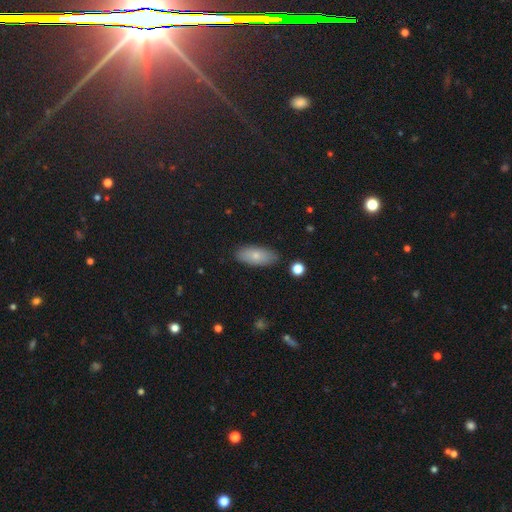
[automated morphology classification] smooth_or_featured: smooth (p=0.75) [alt: featured or disk p=0.18]
how_rounded: in between (p=0.83) [alt: cigar-shaped p=0.14]
merging: none (p=0.86) [alt: minor disturbance p=0.10]